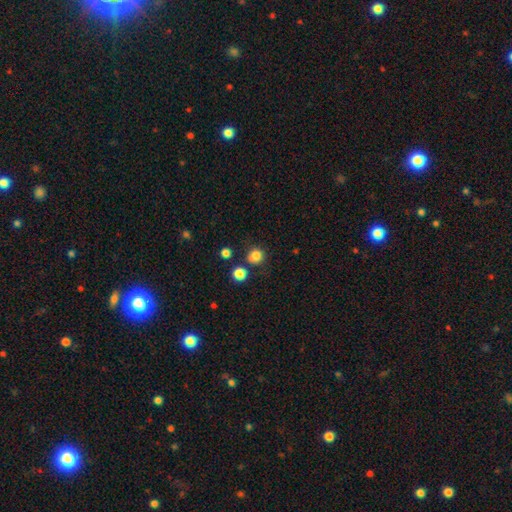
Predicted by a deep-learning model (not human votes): smooth 82%, star or artifact 13%, featured or disk 5%. Down the decision tree: how rounded — round (91%); merging — none (78%).